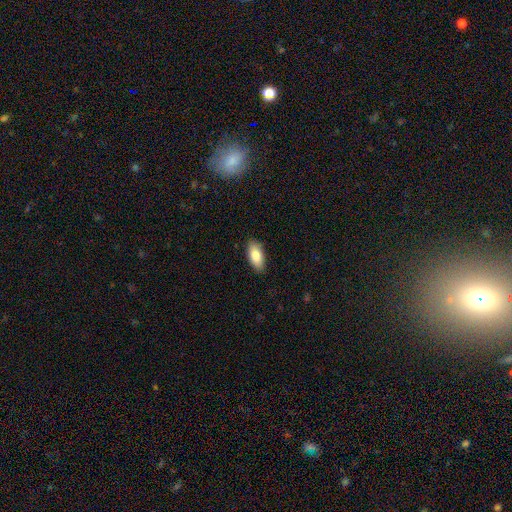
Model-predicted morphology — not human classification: smooth 83%, featured or disk 11%, star or artifact 6%. Down the decision tree: how rounded — in between (89%); merging — none (88%).